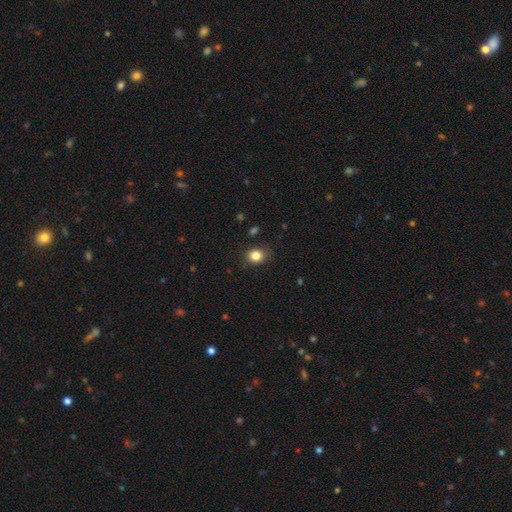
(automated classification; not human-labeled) Q: Smooth or featured?
A: smooth (84%); runner-up: star or artifact (11%)
Q: How rounded?
A: round (56%); runner-up: in between (43%)
Q: Merging?
A: none (84%); runner-up: minor disturbance (11%)